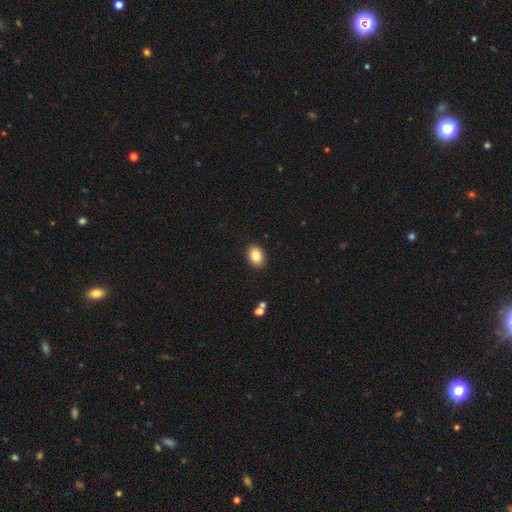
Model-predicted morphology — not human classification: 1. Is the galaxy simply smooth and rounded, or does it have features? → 85% smooth, 8% star or artifact, 6% featured or disk.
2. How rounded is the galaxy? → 76% in between, 23% round, 1% cigar-shaped.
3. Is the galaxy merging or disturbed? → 90% none, 7% minor disturbance, 2% major disturbance, 1% merger.